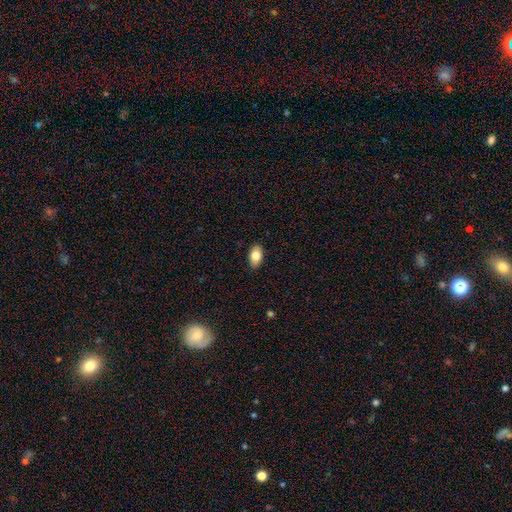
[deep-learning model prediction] smooth_or_featured: smooth (p=0.82) [alt: featured or disk p=0.11]
how_rounded: in between (p=0.92) [alt: round p=0.06]
merging: none (p=0.88) [alt: minor disturbance p=0.09]